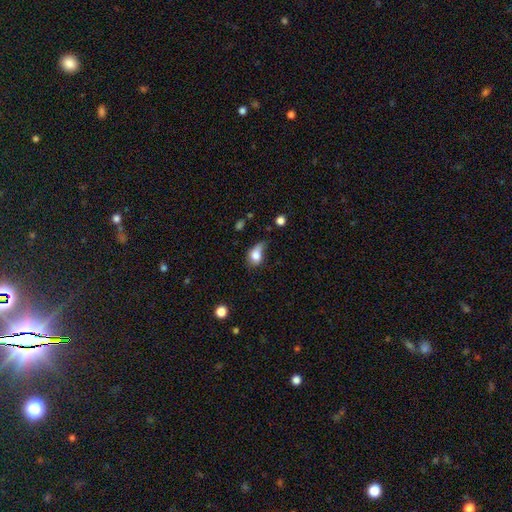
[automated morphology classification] This is likely a smooth galaxy (78%). How rounded: likely in between (61%). Merging: marginally minor disturbance (41%).